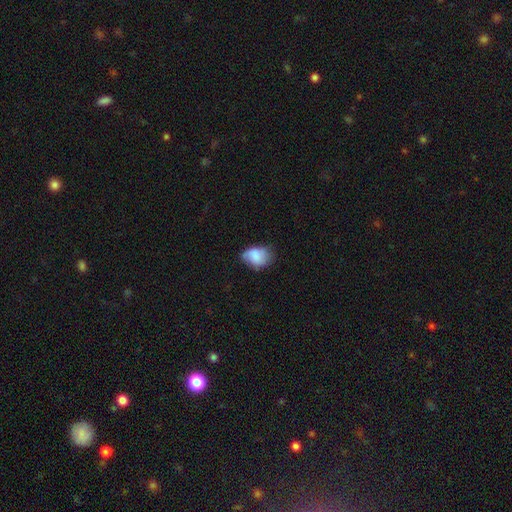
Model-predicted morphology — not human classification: Smooth or featured? Predicted: smooth (p=0.81). How rounded? Predicted: in between (p=0.74). Merging? Predicted: none (p=0.51).